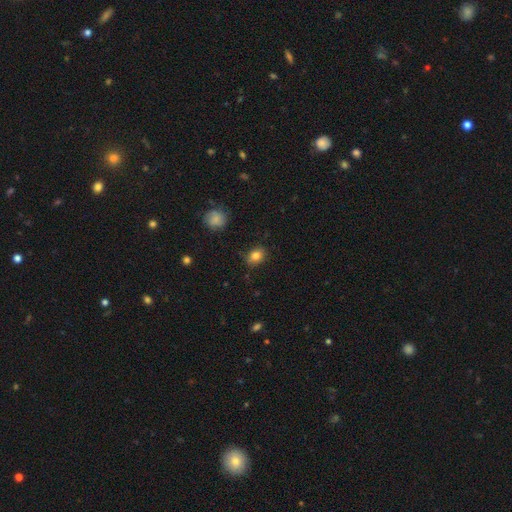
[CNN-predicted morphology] Smooth or featured? Predicted: smooth (p=0.83). How rounded? Predicted: in between (p=0.61). Merging? Predicted: none (p=0.81).